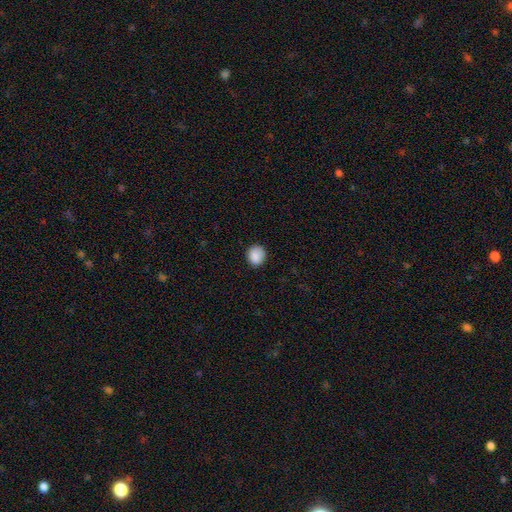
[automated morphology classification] Smooth or featured?
  - smooth: 89% *
  - star or artifact: 8%
  - featured or disk: 3%
How rounded?
  - round: 73% *
  - in between: 26%
  - cigar-shaped: 1%
Merging?
  - none: 88% *
  - minor disturbance: 9%
  - major disturbance: 2%
  - merger: 1%